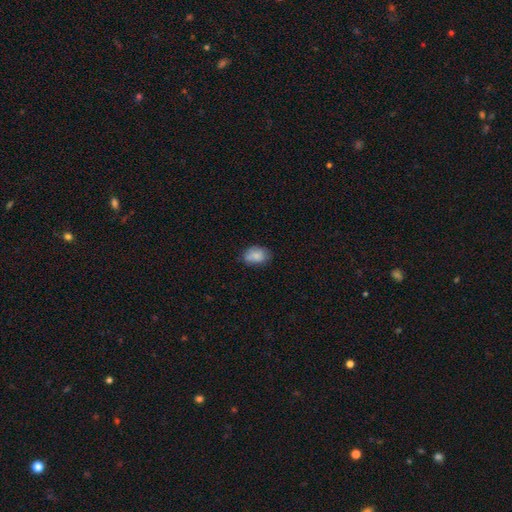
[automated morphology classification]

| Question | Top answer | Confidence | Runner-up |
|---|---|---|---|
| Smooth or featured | smooth | 80% | featured or disk (12%) |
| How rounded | in between | 76% | round (23%) |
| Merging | none | 66% | minor disturbance (25%) |